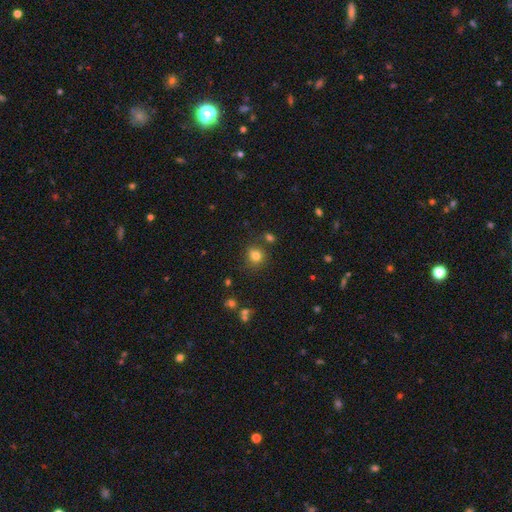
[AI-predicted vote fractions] smooth 78%, star or artifact 15%, featured or disk 7%. Down the decision tree: how rounded — round (80%); merging — none (74%).